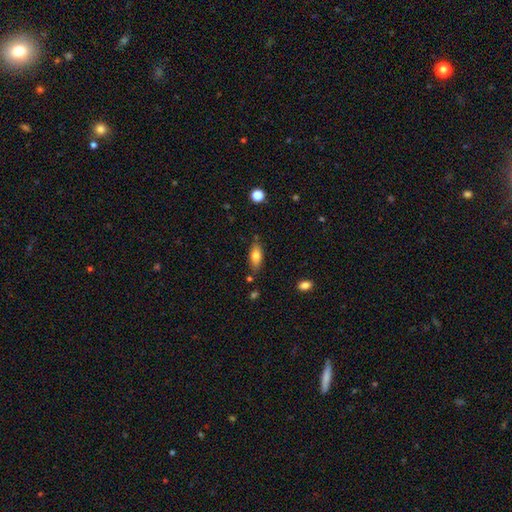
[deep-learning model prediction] Overall: smooth (78%). How rounded: in between (78%). Merging: none (76%).